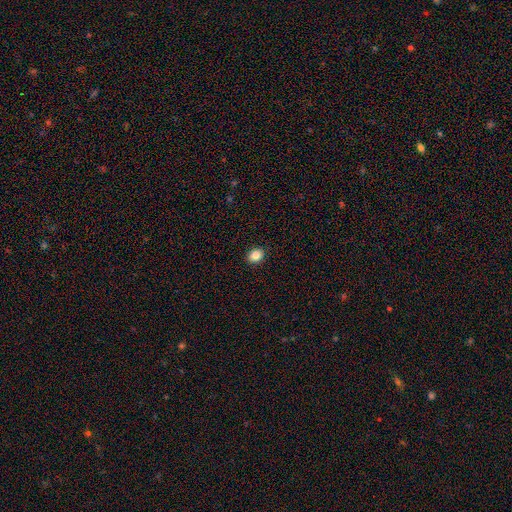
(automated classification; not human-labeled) A smooth galaxy with no disk features (86%) that is in between round and cigar-shaped (58%).

Vote fractions:
- Smooth or featured? smooth: 86% / star or artifact: 9% / featured or disk: 5%
- How rounded? in between: 58% / round: 41% / cigar-shaped: 1%
- Merging? none: 91% / minor disturbance: 6% / major disturbance: 2% / merger: 1%